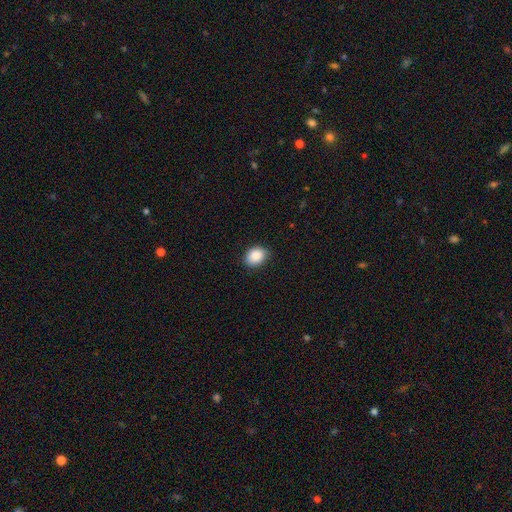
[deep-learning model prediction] The model was most divided on "how rounded": in between: 68%, round: 31%, cigar-shaped: 1%. More confident: smooth or featured — smooth (89%); merging — none (86%).